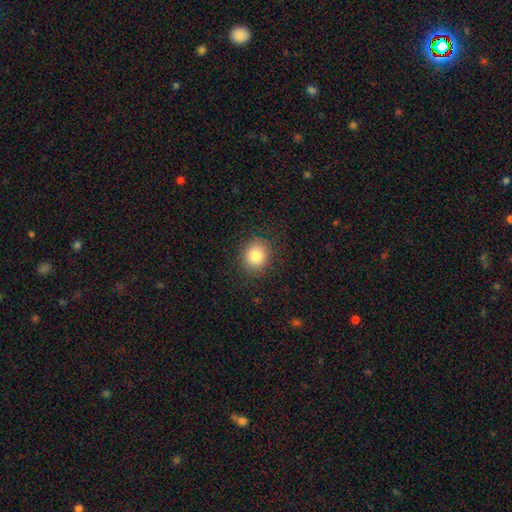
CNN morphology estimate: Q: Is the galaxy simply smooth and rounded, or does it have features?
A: smooth — 84%.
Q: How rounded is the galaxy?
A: round — 81%.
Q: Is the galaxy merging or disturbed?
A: none — 87%.